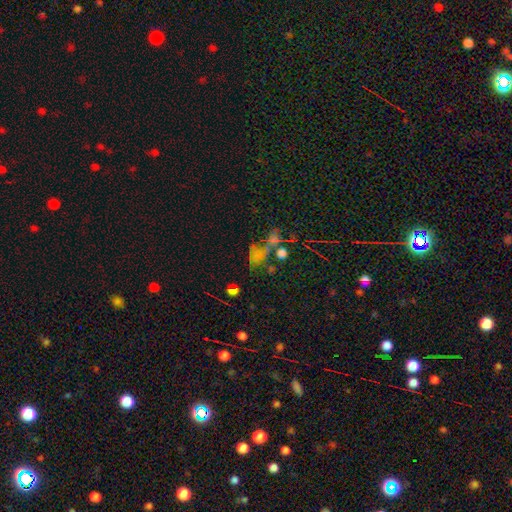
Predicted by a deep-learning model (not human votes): smooth-or-featured: smooth: 40% | star or artifact: 38% | featured or disk: 21%
  merging: none: 35% | merger: 30% | major disturbance: 20% | minor disturbance: 15%